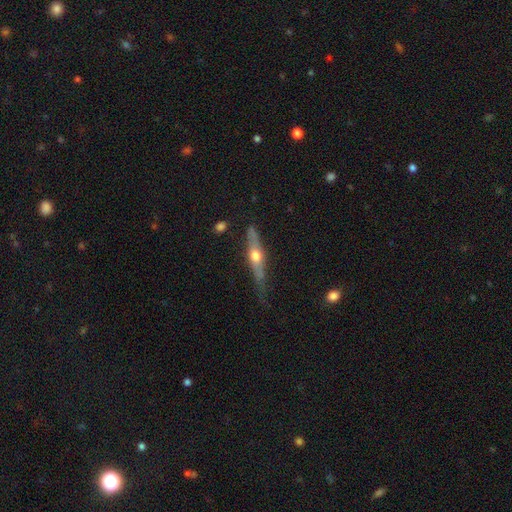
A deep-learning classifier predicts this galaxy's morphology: Smooth or featured? Predicted: featured or disk (p=0.61). Edge-on disk? Predicted: yes (p=0.90). Edge-on bulge? Predicted: rounded (p=0.93). Merging? Predicted: none (p=0.63).